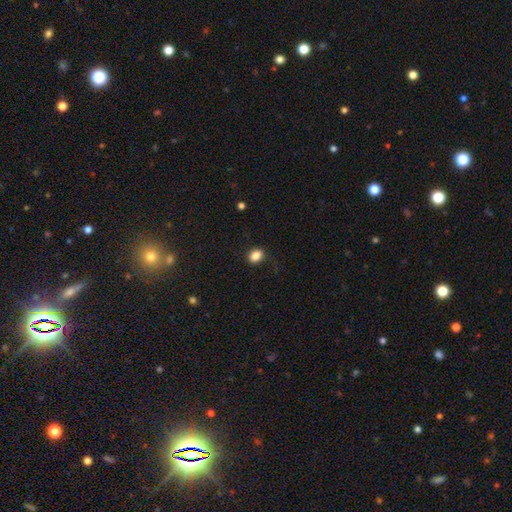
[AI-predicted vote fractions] Morphology: type=smooth (86%); roundness=in between (61%); merging=none (85%).